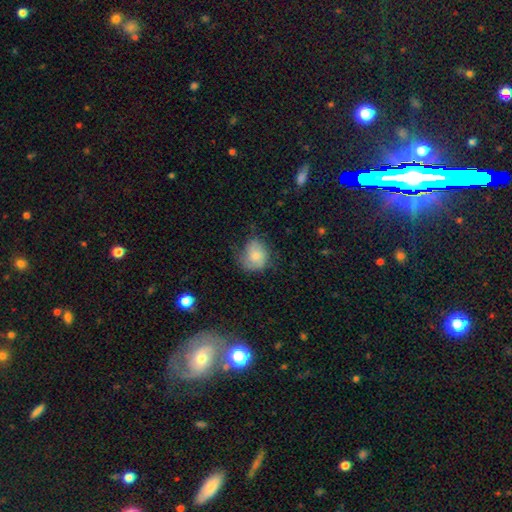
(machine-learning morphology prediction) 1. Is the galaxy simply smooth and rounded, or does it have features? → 72% smooth, 20% featured or disk, 8% star or artifact.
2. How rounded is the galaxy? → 63% round, 36% in between, 1% cigar-shaped.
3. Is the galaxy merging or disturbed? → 48% none, 34% minor disturbance, 17% major disturbance, 2% merger.